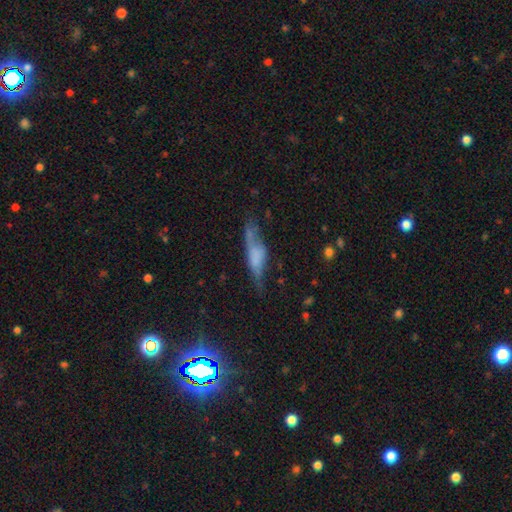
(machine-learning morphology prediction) Smooth or featured: featured or disk — 48% (smooth — 41%)
Merging: none — 46% (minor disturbance — 29%)